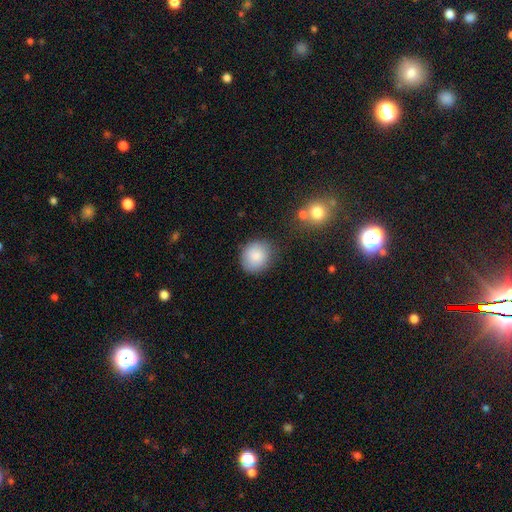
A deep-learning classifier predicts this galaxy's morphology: Overall: smooth (85%). How rounded: round (74%). Merging: none (80%).